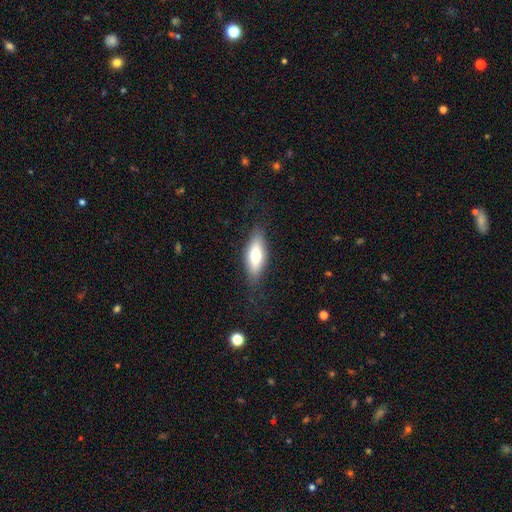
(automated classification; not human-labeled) Smooth or featured? smooth (65%)
How rounded? in between (69%)
Merging? none (80%)